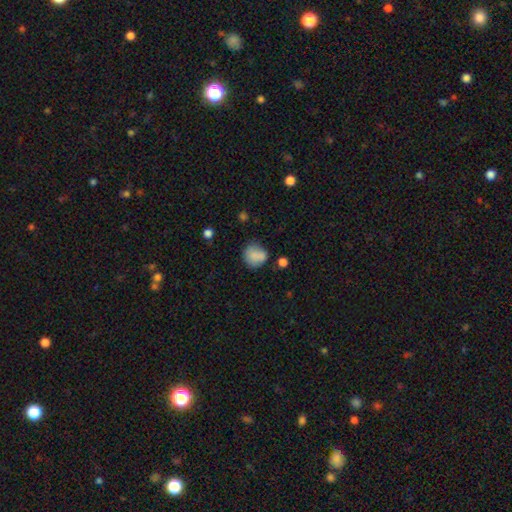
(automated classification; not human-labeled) smooth_or_featured: smooth (p=0.80) [alt: featured or disk p=0.11]
how_rounded: round (p=0.73) [alt: in between p=0.26]
merging: none (p=0.57) [alt: minor disturbance p=0.26]